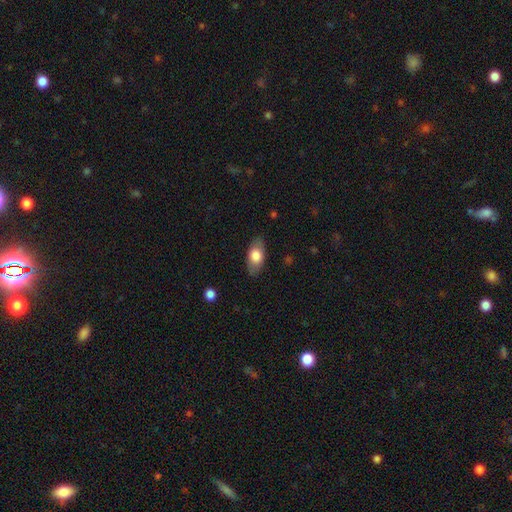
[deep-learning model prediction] Smooth or featured? Predicted: smooth (p=0.73). How rounded? Predicted: in between (p=0.90). Merging? Predicted: none (p=0.82).